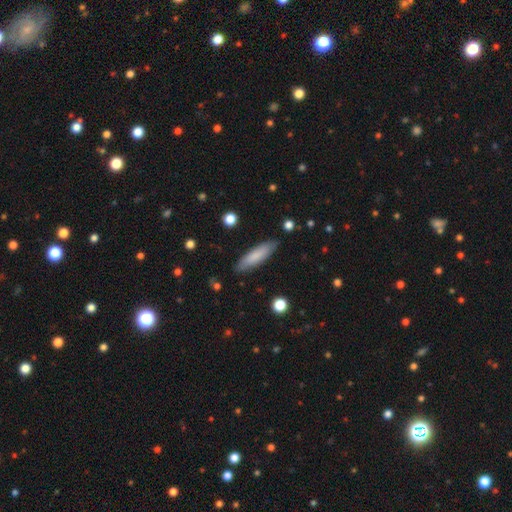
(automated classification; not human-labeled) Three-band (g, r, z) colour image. It shows a smooth galaxy with no disk features (79%) that is cigar-shaped (72%). Merging: none (87%).